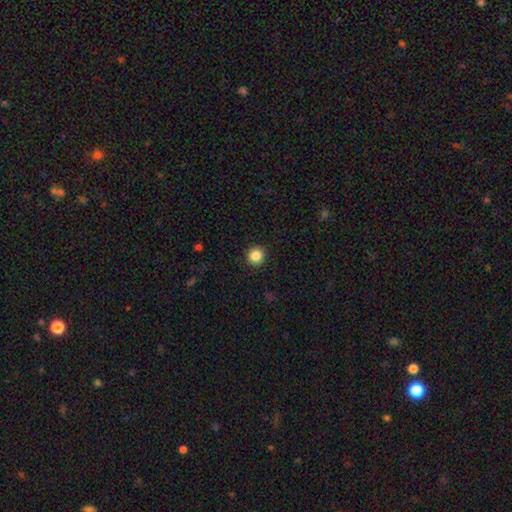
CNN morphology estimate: smooth-or-featured: smooth: 86% | star or artifact: 10% | featured or disk: 4%
  how-rounded: round: 95% | in between: 4% | cigar-shaped: 1%
  merging: none: 93% | minor disturbance: 4% | major disturbance: 2% | merger: 1%